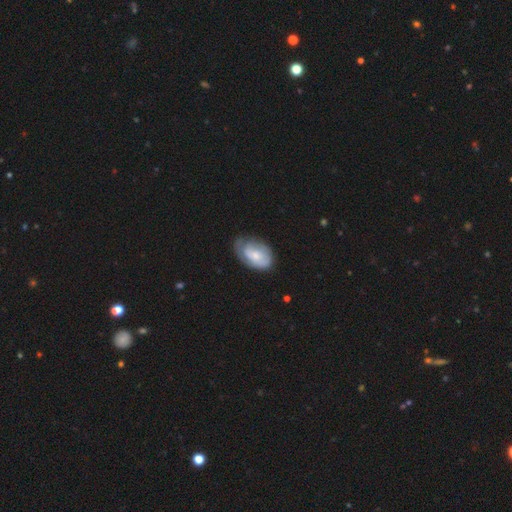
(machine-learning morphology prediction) smooth 50%, featured or disk 44%, star or artifact 6%. Down the decision tree: merging — none (53%).